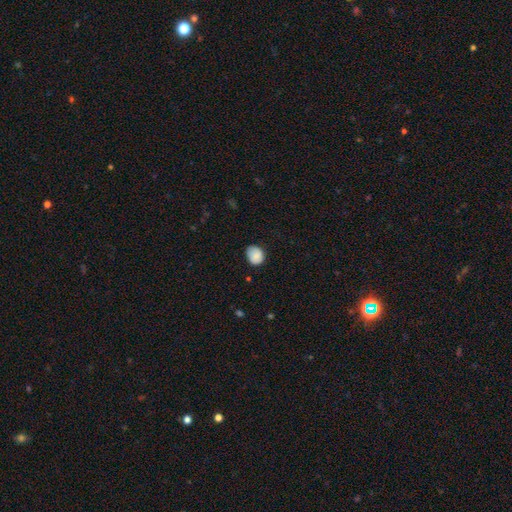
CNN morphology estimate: A smooth galaxy with no disk features (85%) that is round (57%). Merging: none (72%).